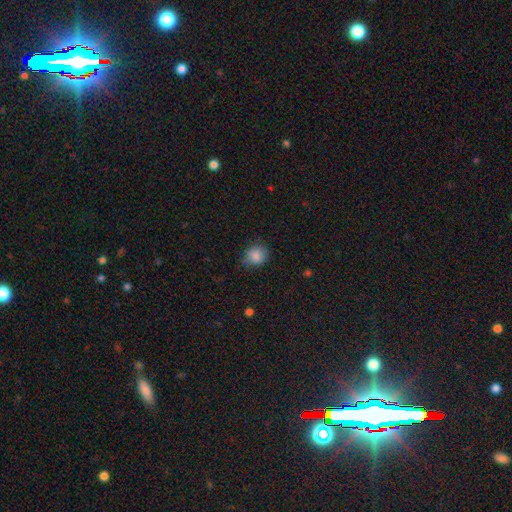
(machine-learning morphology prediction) smooth_or_featured: smooth (p=0.85) [alt: star or artifact p=0.09]
how_rounded: round (p=0.72) [alt: in between p=0.27]
merging: none (p=0.77) [alt: minor disturbance p=0.18]